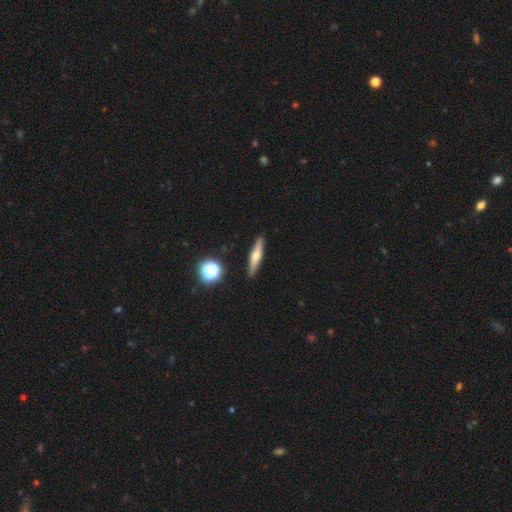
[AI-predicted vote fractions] This is possibly a featured or disk galaxy (49%). Merging: clearly none (90%).